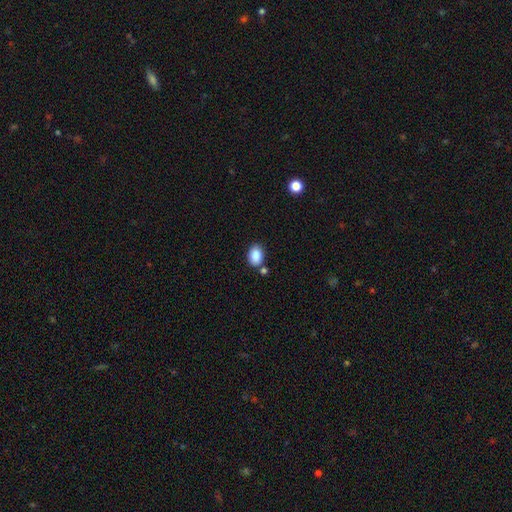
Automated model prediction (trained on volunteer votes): A smooth galaxy with no disk features (88%) that is in between round and cigar-shaped (79%). Merging: none (72%).